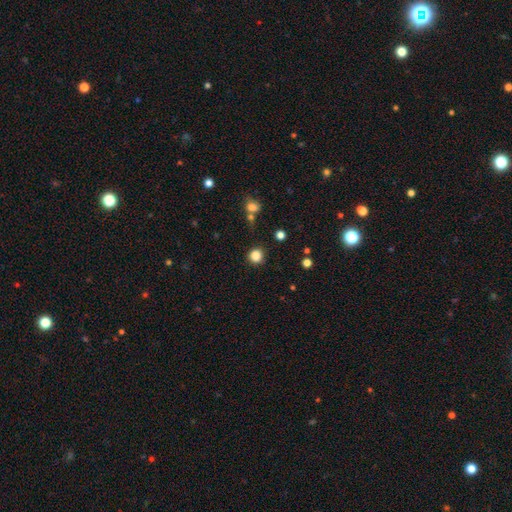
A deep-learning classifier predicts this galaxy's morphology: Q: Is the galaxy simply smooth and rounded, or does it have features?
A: smooth — 84%.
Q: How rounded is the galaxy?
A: round — 91%.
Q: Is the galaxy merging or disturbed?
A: none — 86%.